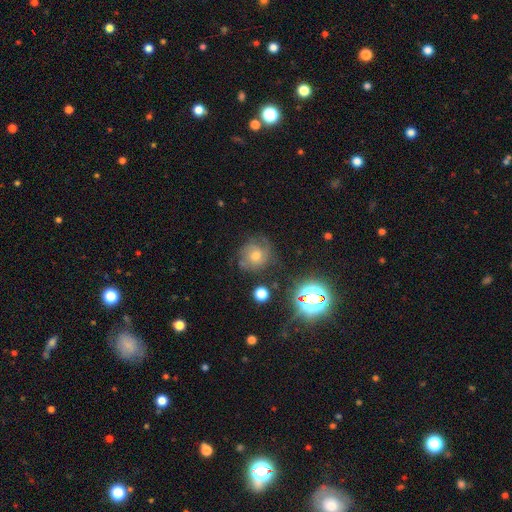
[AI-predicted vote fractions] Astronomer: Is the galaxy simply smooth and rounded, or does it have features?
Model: featured or disk — 48% (runner-up: smooth, 30%).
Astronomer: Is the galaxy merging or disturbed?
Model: none — 69%.